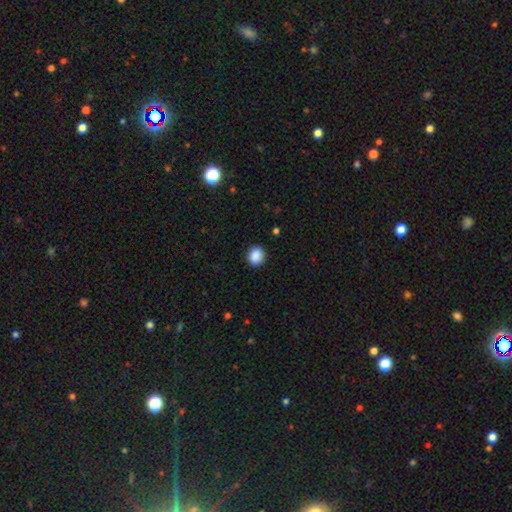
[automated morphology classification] Q: Smooth or featured?
A: smooth (89%); runner-up: star or artifact (8%)
Q: How rounded?
A: round (63%); runner-up: in between (36%)
Q: Merging?
A: none (89%); runner-up: minor disturbance (7%)